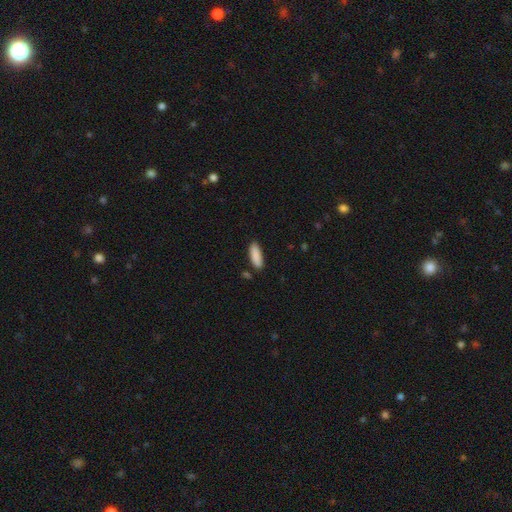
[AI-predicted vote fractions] smooth-or-featured: smooth: 90% | star or artifact: 6% | featured or disk: 4%
  how-rounded: in between: 58% | cigar-shaped: 40% | round: 1%
  merging: none: 85% | minor disturbance: 11% | merger: 2% | major disturbance: 2%